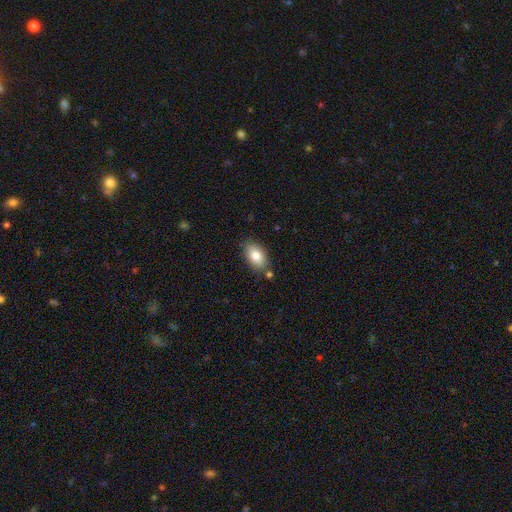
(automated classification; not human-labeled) smooth-or-featured: smooth: 81% | featured or disk: 12% | star or artifact: 7%
  how-rounded: in between: 92% | round: 7% | cigar-shaped: 2%
  merging: none: 79% | minor disturbance: 13% | merger: 6% | major disturbance: 3%